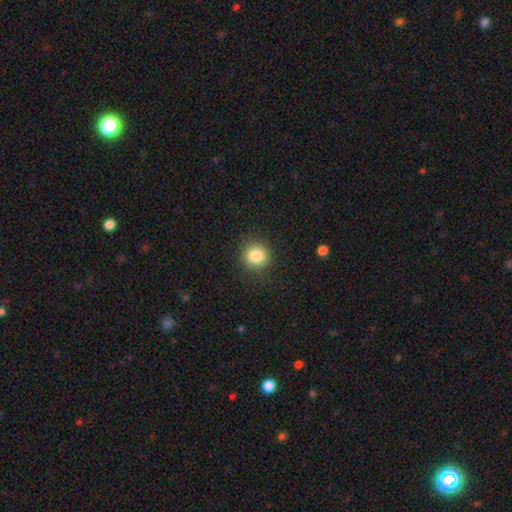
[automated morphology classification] This appears to be a smooth galaxy with no disk features (84%) that is round (92%). Merging: none (89%).